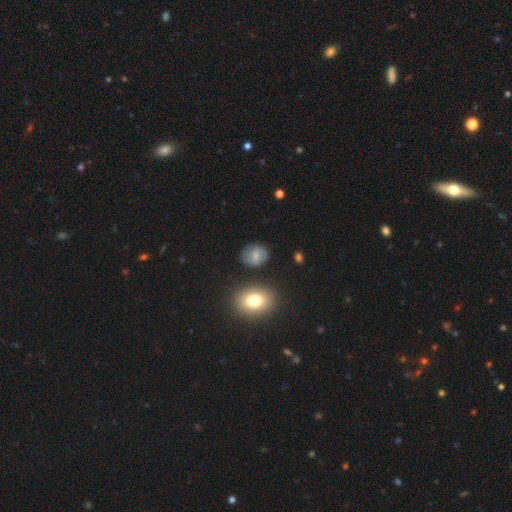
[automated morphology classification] Smooth or featured: smooth — 71% (featured or disk — 20%)
How rounded: in between — 53% (round — 46%)
Merging: none — 81% (minor disturbance — 13%)